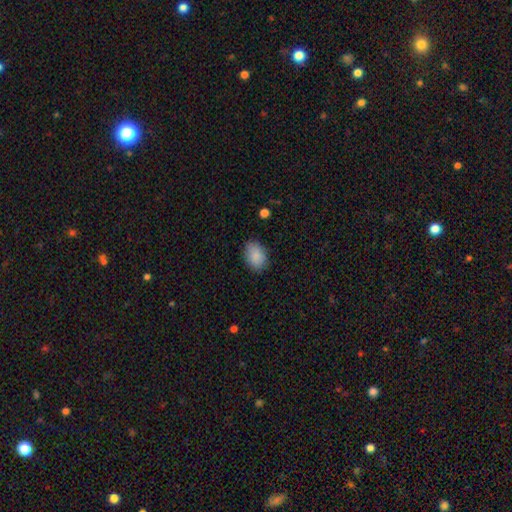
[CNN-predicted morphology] type=smooth (88%); roundness=in between (80%); merging=none (83%).